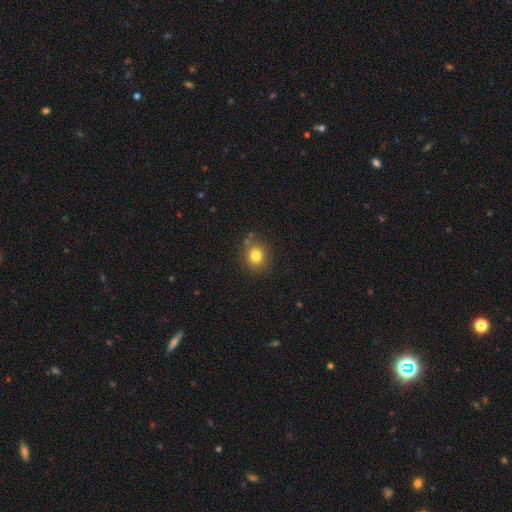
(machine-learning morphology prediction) Q: Smooth or featured?
A: smooth (80%); runner-up: star or artifact (12%)
Q: How rounded?
A: round (78%); runner-up: in between (21%)
Q: Merging?
A: none (82%); runner-up: minor disturbance (11%)